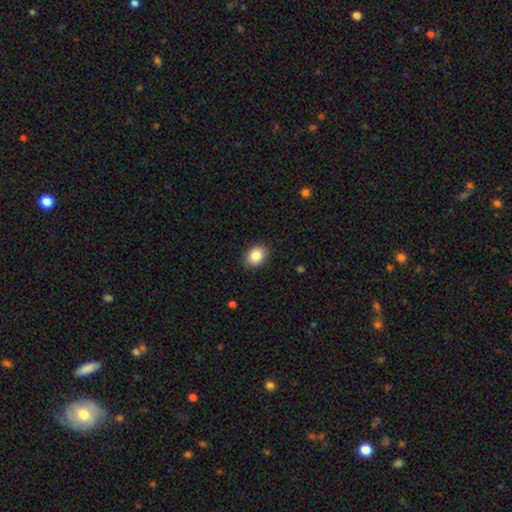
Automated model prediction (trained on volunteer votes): Overall: smooth (85%). How rounded: in between (63%; round 36%). Merging: none (88%).